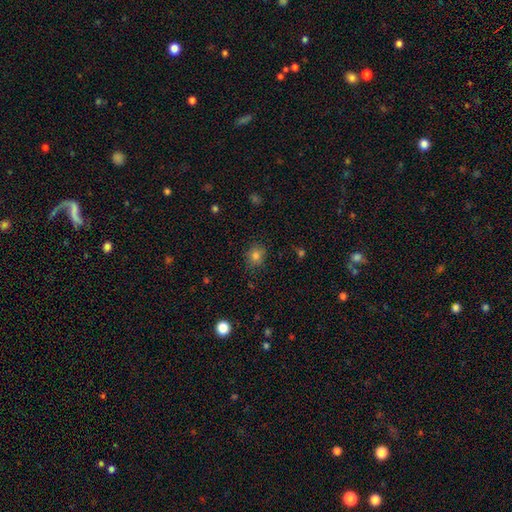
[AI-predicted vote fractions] smooth_or_featured: smooth (p=0.80) [alt: star or artifact p=0.13]
how_rounded: round (p=0.75) [alt: in between p=0.24]
merging: none (p=0.82) [alt: minor disturbance p=0.13]